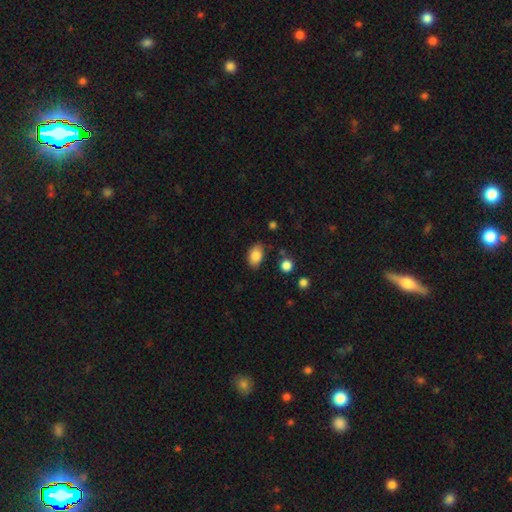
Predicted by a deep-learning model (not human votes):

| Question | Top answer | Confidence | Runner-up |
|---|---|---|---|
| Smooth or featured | smooth | 86% | star or artifact (8%) |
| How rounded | in between | 86% | round (13%) |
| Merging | none | 80% | minor disturbance (15%) |